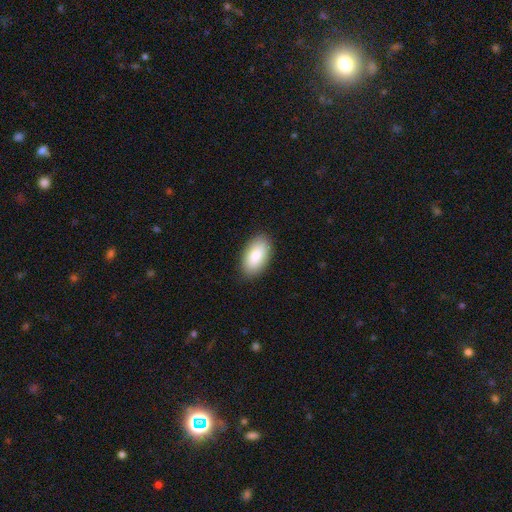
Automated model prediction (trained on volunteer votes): A smooth galaxy with no disk features (85%) that is in between round and cigar-shaped (95%). Merging: none (88%).